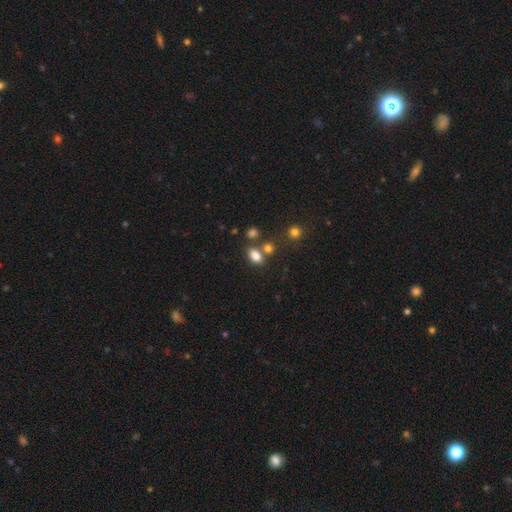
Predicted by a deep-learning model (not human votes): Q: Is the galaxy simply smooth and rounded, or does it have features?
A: smooth — 80%.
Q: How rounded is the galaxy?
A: in between — 80%.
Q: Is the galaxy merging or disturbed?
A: none — 64%.